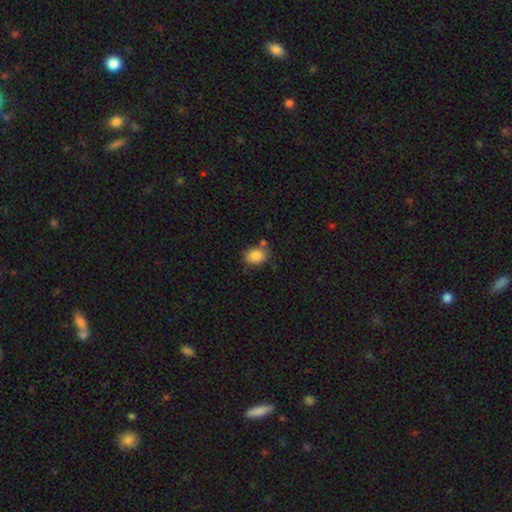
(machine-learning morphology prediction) smooth_or_featured: smooth (p=0.86) [alt: star or artifact p=0.08]
how_rounded: in between (p=0.62) [alt: round p=0.37]
merging: none (p=0.66) [alt: minor disturbance p=0.18]